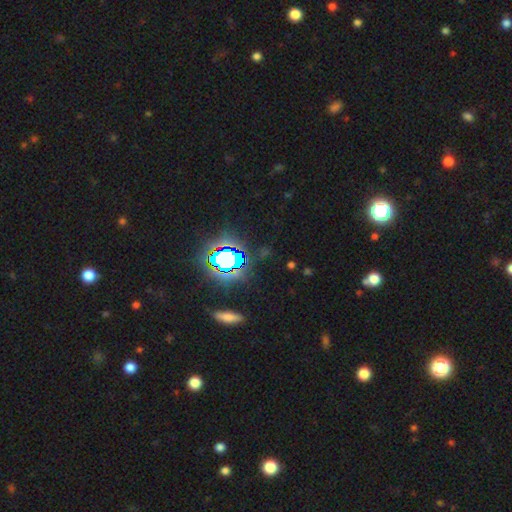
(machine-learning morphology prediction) star or artifact 80%, smooth 13%, featured or disk 8%.